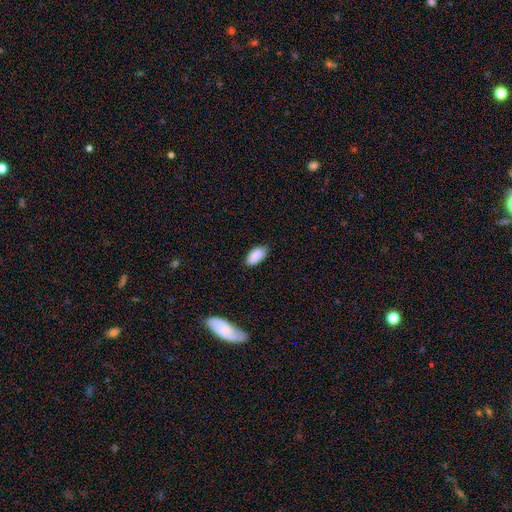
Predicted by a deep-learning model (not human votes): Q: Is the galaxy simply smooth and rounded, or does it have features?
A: smooth — 89%.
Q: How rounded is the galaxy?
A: in between — 94%.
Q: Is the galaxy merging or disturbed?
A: none — 81%.